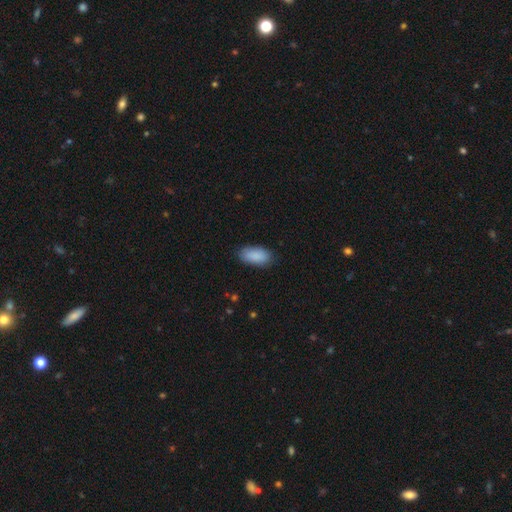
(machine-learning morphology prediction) smooth_or_featured: smooth (p=0.90) [alt: star or artifact p=0.06]
how_rounded: in between (p=0.92) [alt: cigar-shaped p=0.06]
merging: none (p=0.84) [alt: minor disturbance p=0.12]